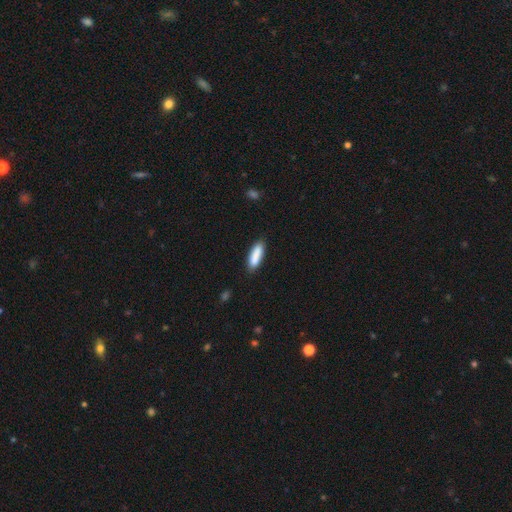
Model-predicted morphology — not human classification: This is clearly a smooth galaxy (87%). How rounded: possibly cigar-shaped (55%). Merging: clearly none (85%).